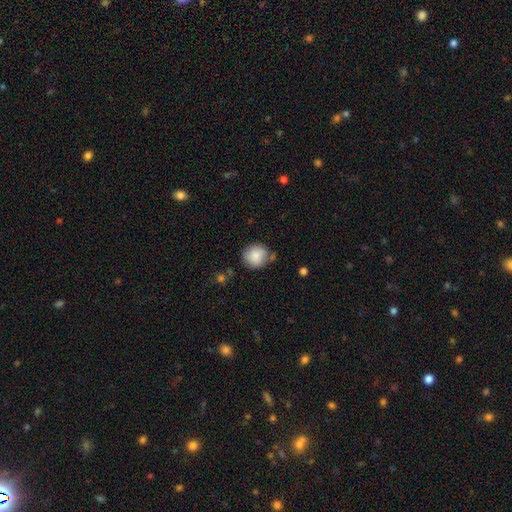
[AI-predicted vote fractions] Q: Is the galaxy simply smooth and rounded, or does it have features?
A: smooth — 84%.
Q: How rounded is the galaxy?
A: round — 85%.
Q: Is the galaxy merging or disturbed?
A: none — 69%.